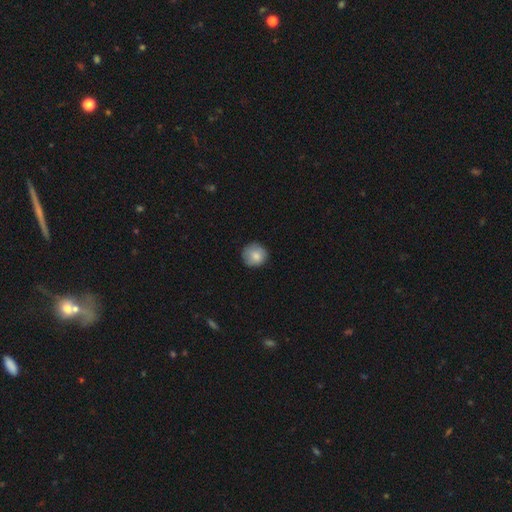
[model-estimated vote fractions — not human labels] A smooth galaxy with no disk features (81%) that is round (88%).

Vote fractions:
- Smooth or featured? smooth: 81% / featured or disk: 12% / star or artifact: 7%
- How rounded? round: 88% / in between: 11% / cigar-shaped: 1%
- Merging? none: 81% / minor disturbance: 15% / major disturbance: 3% / merger: 1%